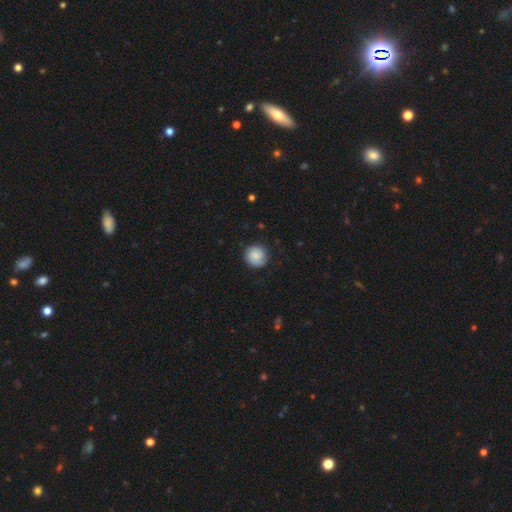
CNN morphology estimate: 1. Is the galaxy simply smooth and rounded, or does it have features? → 76% smooth, 17% featured or disk, 7% star or artifact.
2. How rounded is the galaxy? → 92% round, 7% in between, 1% cigar-shaped.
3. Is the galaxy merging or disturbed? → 83% none, 13% minor disturbance, 3% major disturbance, 1% merger.